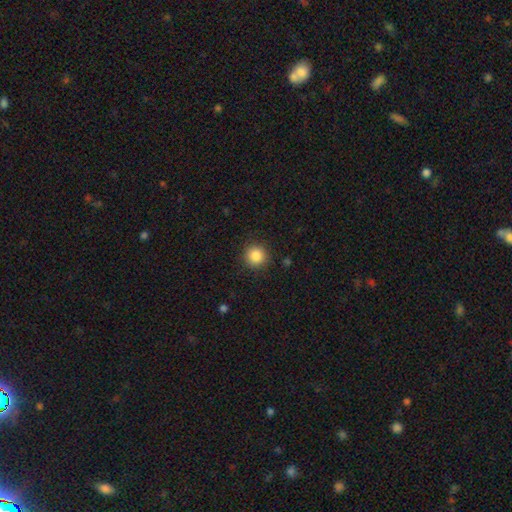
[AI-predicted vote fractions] Overall: smooth (86%). How rounded: round (95%). Merging: none (90%).